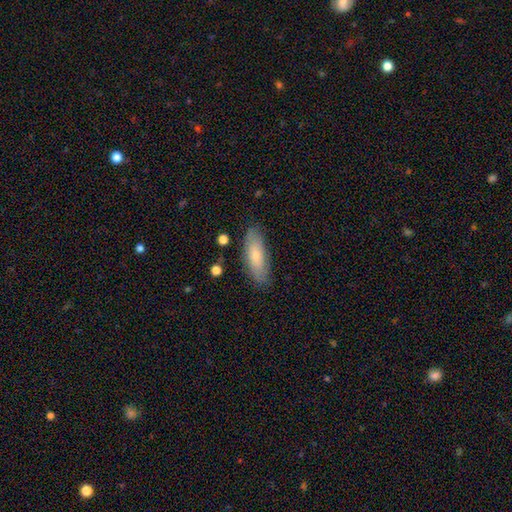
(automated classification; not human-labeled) A smooth galaxy with no disk features (73%) that is in between round and cigar-shaped (63%).

Vote fractions:
- Smooth or featured? smooth: 73% / featured or disk: 21% / star or artifact: 6%
- How rounded? in between: 63% / cigar-shaped: 35% / round: 2%
- Merging? none: 83% / minor disturbance: 13% / major disturbance: 3% / merger: 2%